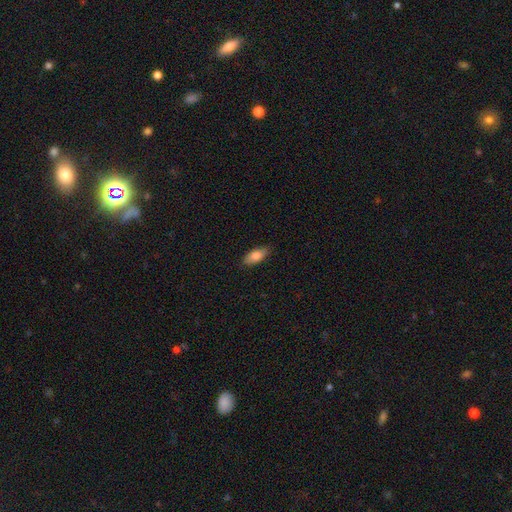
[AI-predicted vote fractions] This is clearly a smooth galaxy (82%). How rounded: clearly in between (85%). Merging: clearly none (86%).